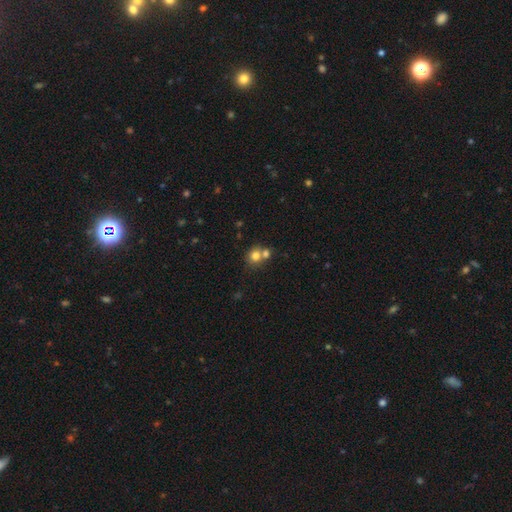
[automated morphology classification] smooth-or-featured: smooth: 77% | star or artifact: 12% | featured or disk: 11%
  how-rounded: round: 79% | in between: 20% | cigar-shaped: 1%
  merging: merger: 45% | none: 44% | minor disturbance: 7% | major disturbance: 3%